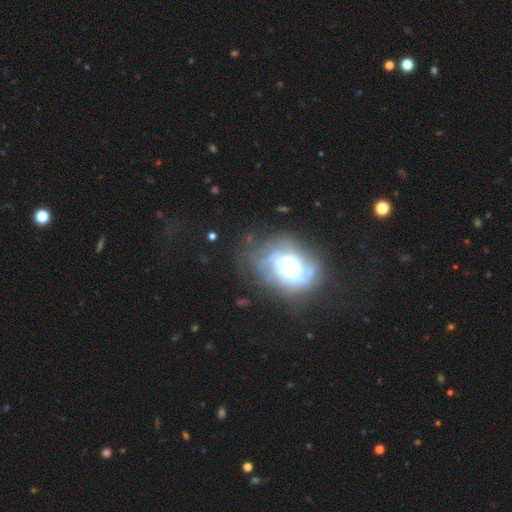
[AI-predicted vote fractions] This is likely a featured or disk galaxy (63%). It is clearly not viewed edge-on (96%). Bar: likely no (67%). Spiral arm pattern: likely yes (72%). Central bulge: marginally moderate (42%). Merging: possibly none (57%).